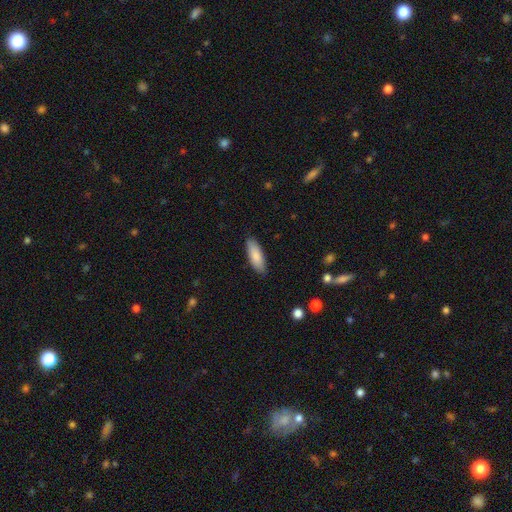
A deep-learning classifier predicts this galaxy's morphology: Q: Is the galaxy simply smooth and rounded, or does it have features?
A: smooth — 87%.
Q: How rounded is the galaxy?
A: in between — 65%.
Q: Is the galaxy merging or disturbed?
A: none — 88%.